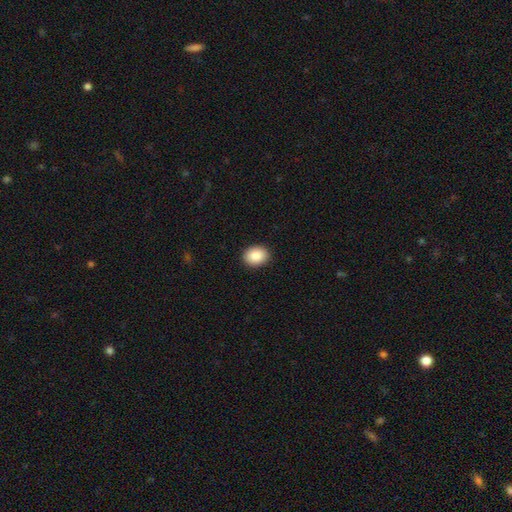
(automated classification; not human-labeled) Smooth or featured? smooth (87%)
How rounded? in between (57%)
Merging? none (91%)